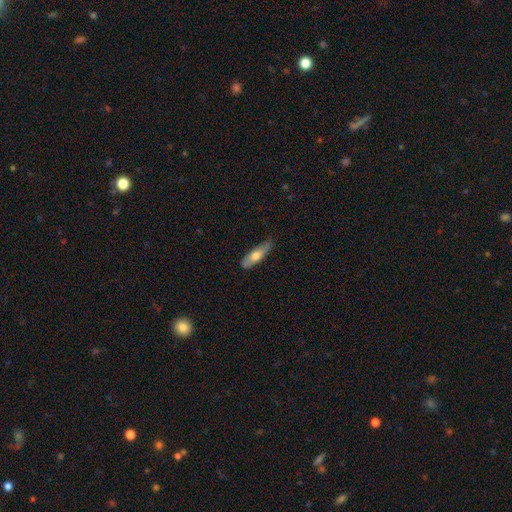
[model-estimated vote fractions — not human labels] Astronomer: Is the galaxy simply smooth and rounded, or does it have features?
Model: smooth — 63%.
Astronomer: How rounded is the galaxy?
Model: cigar-shaped — 57% (runner-up: in between, 41%).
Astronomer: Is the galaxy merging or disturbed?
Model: none — 76%.